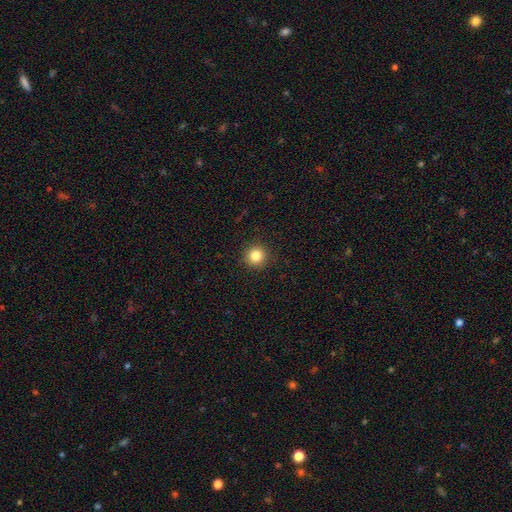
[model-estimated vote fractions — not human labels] Smooth or featured? smooth (84%)
How rounded? round (94%)
Merging? none (92%)